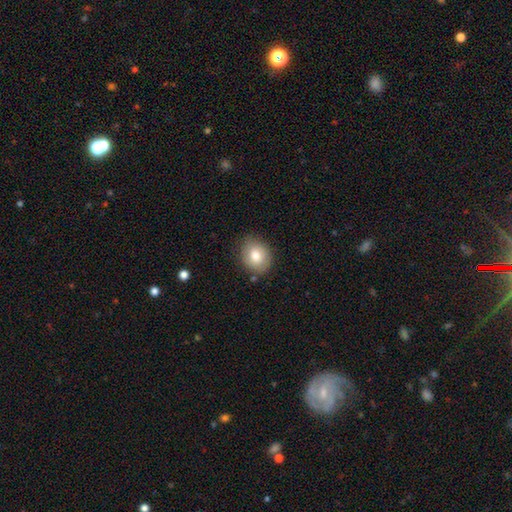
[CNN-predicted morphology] type=smooth (78%); roundness=round (61%); merging=none (80%).